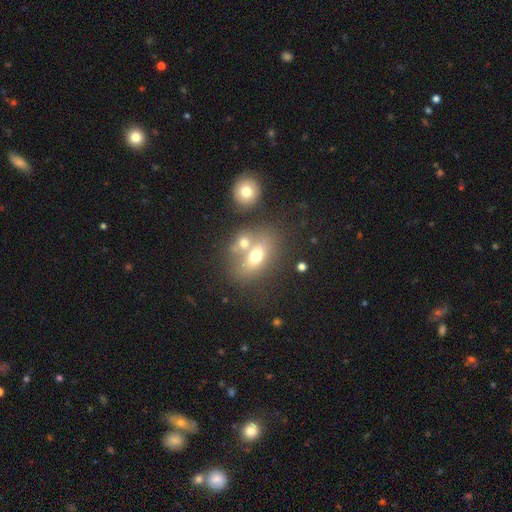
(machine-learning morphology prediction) Smooth or featured: smooth — 63% (featured or disk — 25%)
How rounded: in between — 72% (round — 23%)
Merging: merger — 43% (none — 39%)